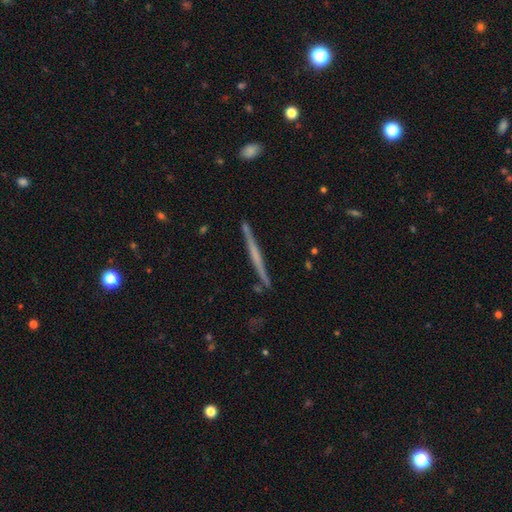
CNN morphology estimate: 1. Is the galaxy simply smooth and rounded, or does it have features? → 63% featured or disk, 31% smooth, 6% star or artifact.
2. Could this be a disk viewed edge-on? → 98% yes, 2% no.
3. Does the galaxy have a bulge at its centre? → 71% none, 20% rounded, 9% boxy.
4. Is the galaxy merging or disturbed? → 89% none, 8% minor disturbance, 2% merger, 1% major disturbance.